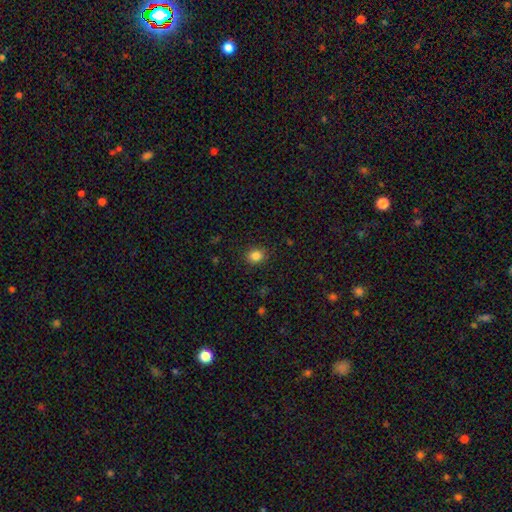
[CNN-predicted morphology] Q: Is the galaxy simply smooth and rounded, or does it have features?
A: smooth — 85%.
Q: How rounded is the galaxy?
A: round — 68%.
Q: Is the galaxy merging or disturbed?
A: none — 89%.